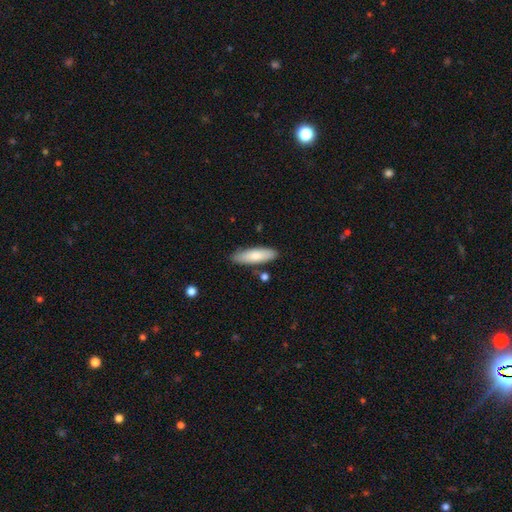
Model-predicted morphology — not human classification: smooth 79%, featured or disk 15%, star or artifact 6%. Down the decision tree: how rounded — cigar-shaped (54%); merging — none (81%).